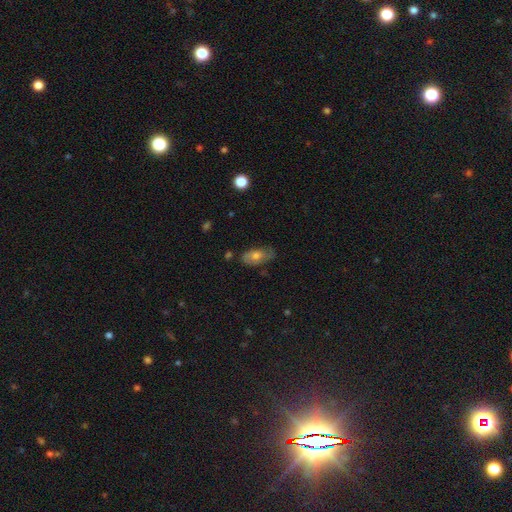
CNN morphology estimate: A smooth galaxy with no disk features (56%) that is in between round and cigar-shaped (88%).

Vote fractions:
- Smooth or featured? smooth: 56% / featured or disk: 36% / star or artifact: 8%
- How rounded? in between: 88% / round: 6% / cigar-shaped: 6%
- Merging? none: 67% / minor disturbance: 25% / major disturbance: 6% / merger: 2%